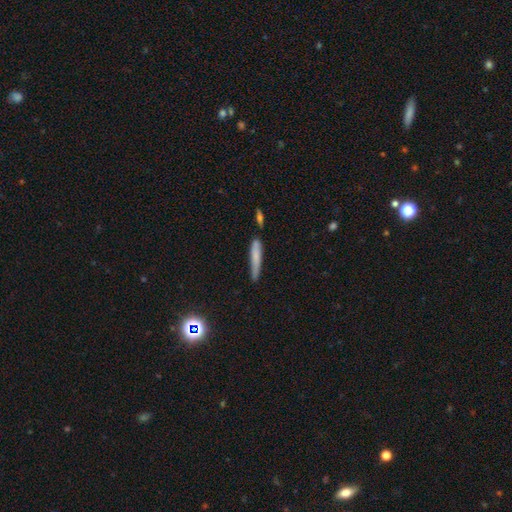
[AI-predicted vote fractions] Morphology: type=smooth (71%); roundness=cigar-shaped (92%); merging=none (61%).